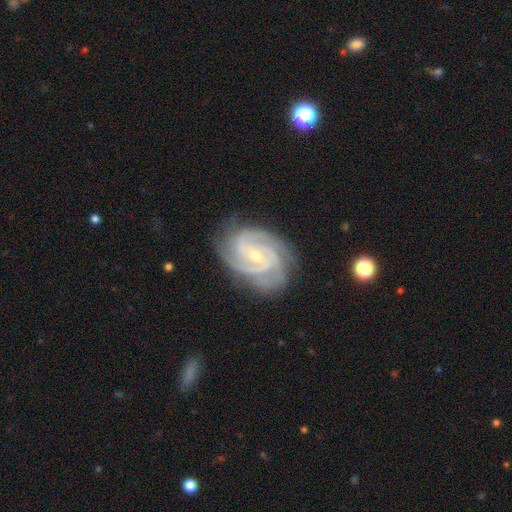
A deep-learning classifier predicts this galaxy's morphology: Smooth or featured? Predicted: featured or disk (p=0.92). Edge-on disk? Predicted: no (p=0.98). Bar? Predicted: weak (p=0.44). Spiral arms? Predicted: yes (p=0.99). Spiral winding? Predicted: tight (p=0.66). Spiral arm count? Predicted: 3 (p=0.46). Bulge size? Predicted: small (p=0.65). Merging? Predicted: none (p=0.78).